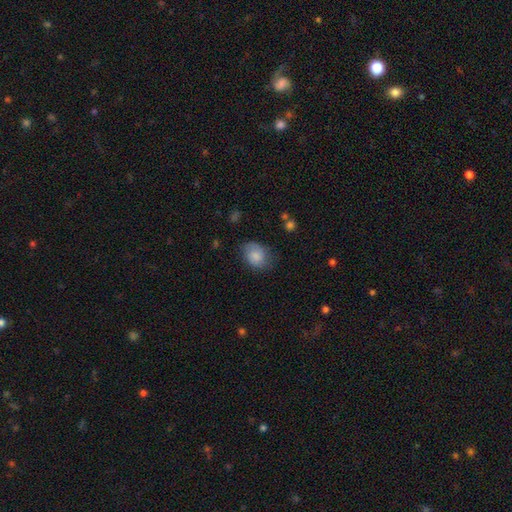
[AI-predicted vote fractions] Smooth or featured?
  - smooth: 79% *
  - featured or disk: 13%
  - star or artifact: 8%
How rounded?
  - in between: 65% *
  - round: 34%
  - cigar-shaped: 1%
Merging?
  - none: 65% *
  - minor disturbance: 26%
  - major disturbance: 8%
  - merger: 2%